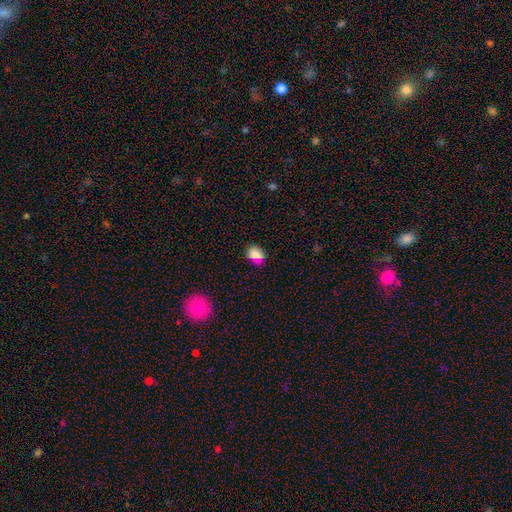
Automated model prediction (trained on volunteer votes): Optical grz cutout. It shows a smooth galaxy with no disk features (79%) that is in between round and cigar-shaped (57%). Merging: none (80%).